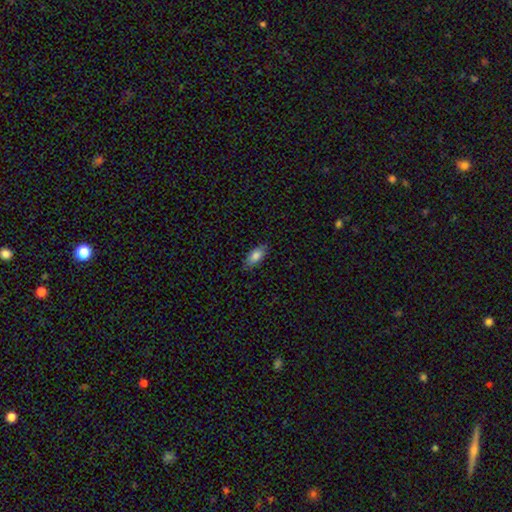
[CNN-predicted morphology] smooth_or_featured: smooth (p=0.84) [alt: featured or disk p=0.10]
how_rounded: in between (p=0.86) [alt: cigar-shaped p=0.11]
merging: none (p=0.84) [alt: minor disturbance p=0.13]